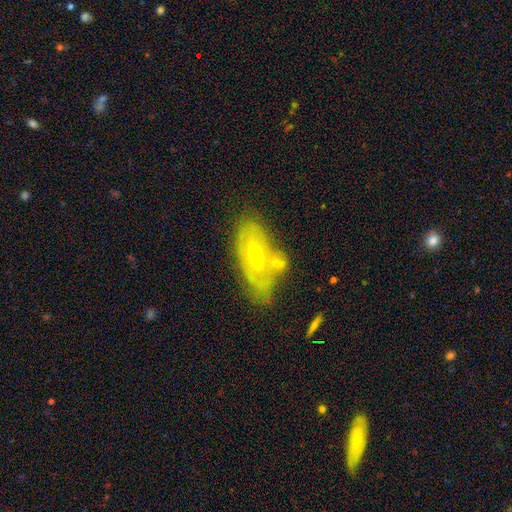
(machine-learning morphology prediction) smooth-or-featured: featured or disk: 69% | smooth: 24% | star or artifact: 7%
  disk-edge-on: no: 82% | yes: 18%
    bar: no: 40% | weak: 38% | strong: 22%
    has-spiral-arms: no: 52% | yes: 48%
    bulge-size: moderate: 51% | small: 46% | large: 2% | none: 1% | dominant: 1%
  merging: none: 49% | minor disturbance: 22% | merger: 19% | major disturbance: 10%